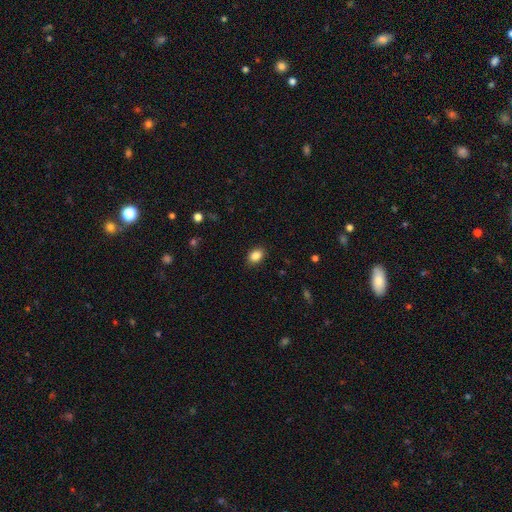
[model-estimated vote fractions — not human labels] smooth_or_featured: smooth (p=0.87) [alt: star or artifact p=0.09]
how_rounded: in between (p=0.77) [alt: round p=0.22]
merging: none (p=0.88) [alt: minor disturbance p=0.09]